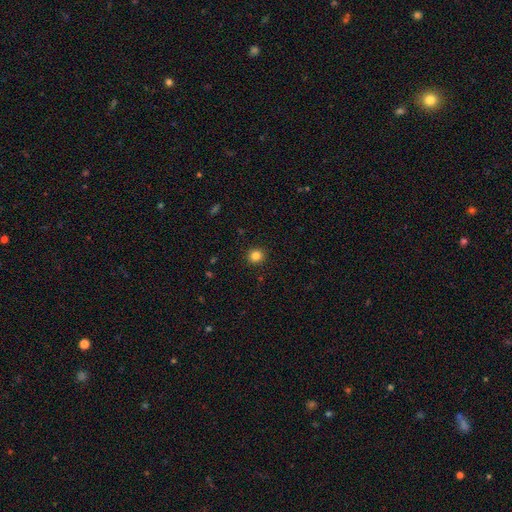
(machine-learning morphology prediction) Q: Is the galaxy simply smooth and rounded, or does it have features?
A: smooth — 84%.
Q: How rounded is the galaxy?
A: round — 89%.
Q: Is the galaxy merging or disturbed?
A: none — 92%.